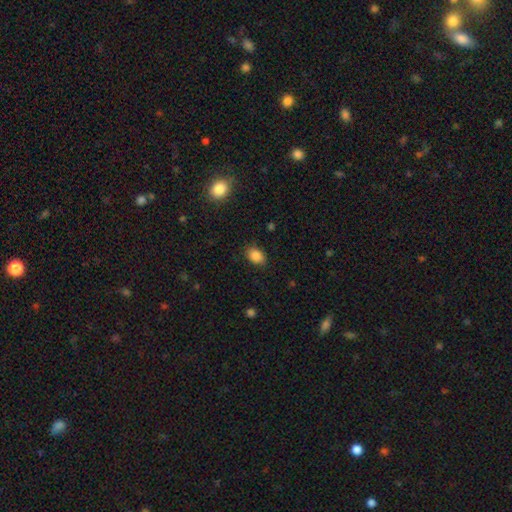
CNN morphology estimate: smooth_or_featured: smooth (p=0.87) [alt: star or artifact p=0.09]
how_rounded: in between (p=0.77) [alt: round p=0.22]
merging: none (p=0.83) [alt: minor disturbance p=0.13]